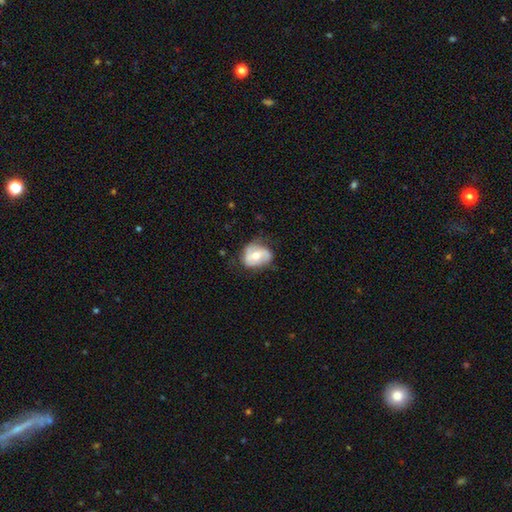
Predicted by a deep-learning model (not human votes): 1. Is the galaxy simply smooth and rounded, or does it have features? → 55% featured or disk, 39% smooth, 6% star or artifact.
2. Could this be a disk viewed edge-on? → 96% no, 4% yes.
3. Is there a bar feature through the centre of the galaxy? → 49% no, 36% weak, 15% strong.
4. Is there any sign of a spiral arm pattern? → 72% yes, 28% no.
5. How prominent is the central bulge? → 68% moderate, 21% small, 8% large, 2% none, 1% dominant.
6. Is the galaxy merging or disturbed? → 57% none, 29% minor disturbance, 12% major disturbance, 2% merger.